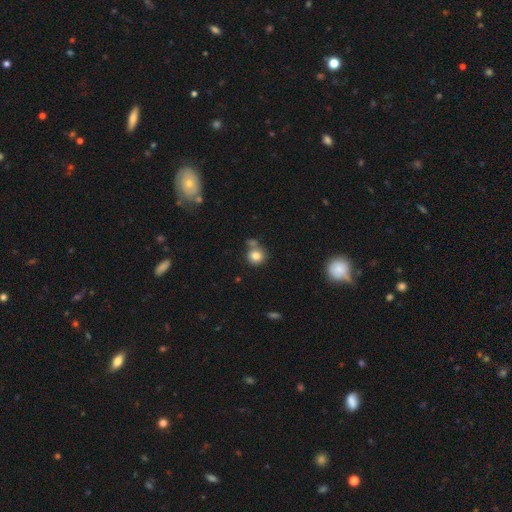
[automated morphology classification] Q: Smooth or featured?
A: smooth (81%); runner-up: star or artifact (11%)
Q: How rounded?
A: round (90%); runner-up: in between (9%)
Q: Merging?
A: none (63%); runner-up: merger (21%)